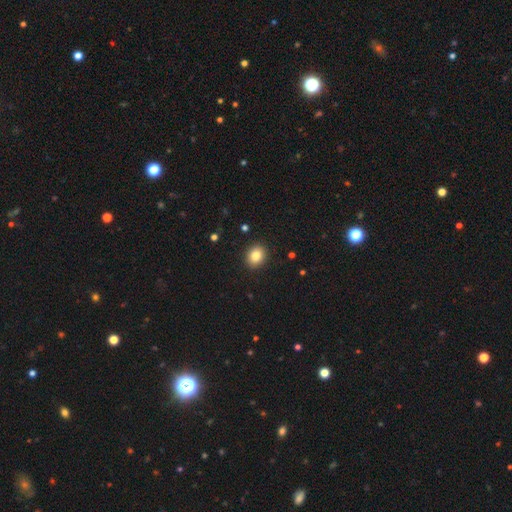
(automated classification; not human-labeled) Smooth or featured? smooth (83%)
How rounded? round (58%)
Merging? none (91%)